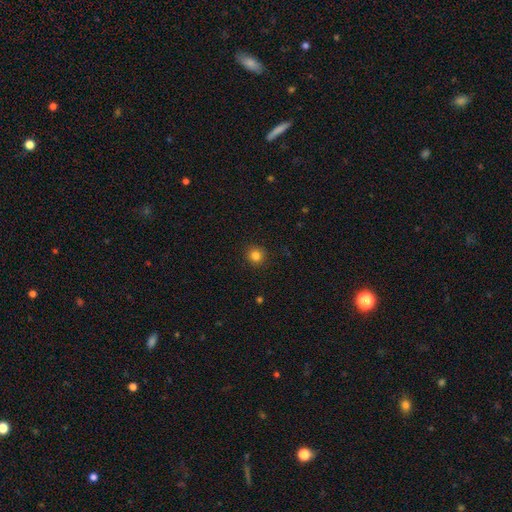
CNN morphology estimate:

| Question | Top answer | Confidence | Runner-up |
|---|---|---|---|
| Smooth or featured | smooth | 83% | star or artifact (12%) |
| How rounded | round | 92% | in between (7%) |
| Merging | none | 92% | minor disturbance (6%) |